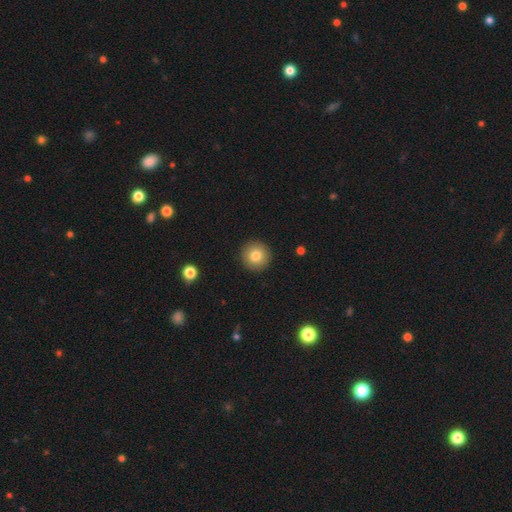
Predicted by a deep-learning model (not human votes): smooth-or-featured: smooth: 81% | featured or disk: 10% | star or artifact: 10%
  how-rounded: round: 95% | in between: 4% | cigar-shaped: 1%
  merging: none: 93% | minor disturbance: 5% | major disturbance: 2% | merger: 1%